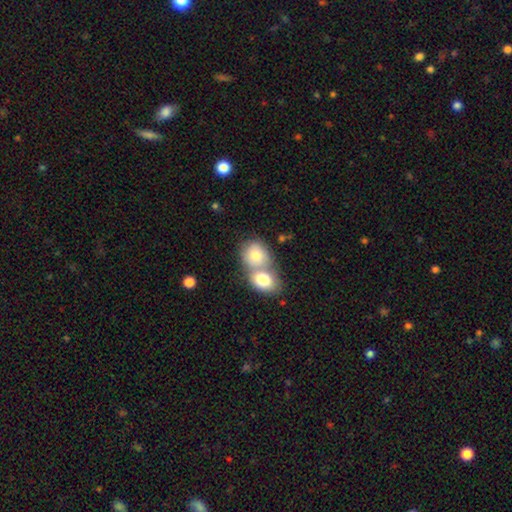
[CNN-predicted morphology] Smooth or featured? smooth (77%)
How rounded? round (55%)
Merging? merger (66%)